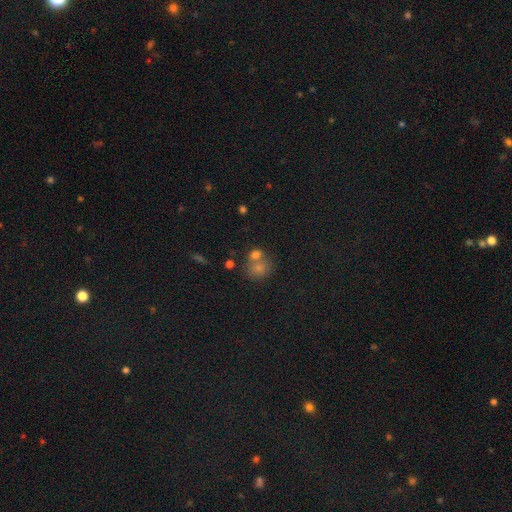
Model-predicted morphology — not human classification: type=smooth (73%); roundness=round (67%); merging=merger (48%).